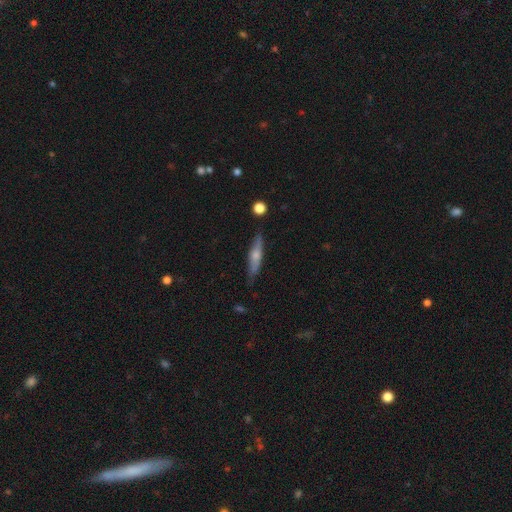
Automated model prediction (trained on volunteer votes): A featured or disk galaxy (47%). Merging: none (80%).